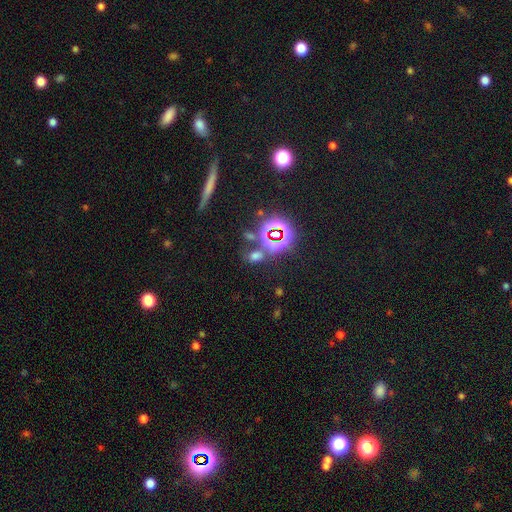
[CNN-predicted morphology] This is possibly a smooth galaxy (47%). Merging: likely none (63%).